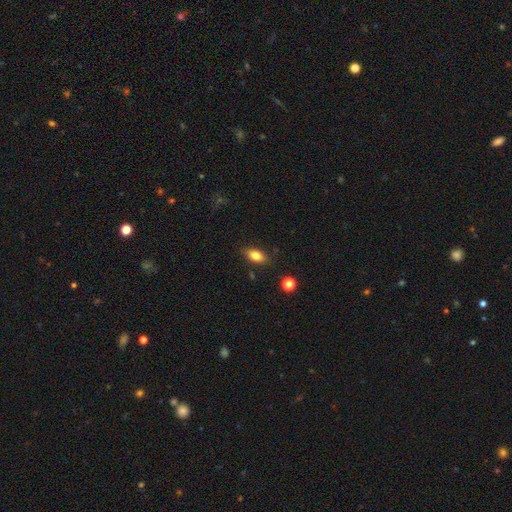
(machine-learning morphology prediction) smooth-or-featured: smooth: 82% | featured or disk: 9% | star or artifact: 9%
  how-rounded: in between: 87% | round: 7% | cigar-shaped: 6%
  merging: none: 83% | minor disturbance: 12% | major disturbance: 3% | merger: 2%